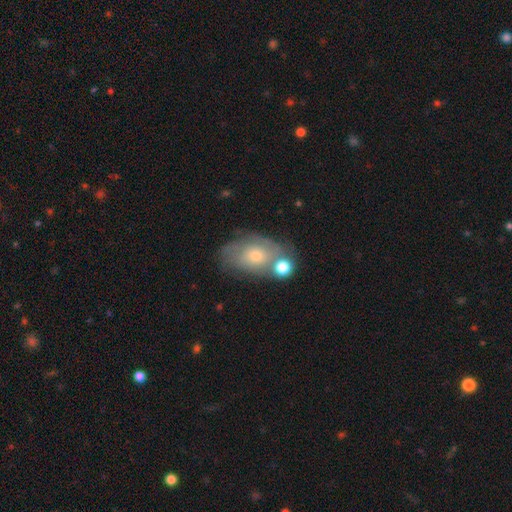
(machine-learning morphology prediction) A featured or disk galaxy (51%). Merging: none (48%).